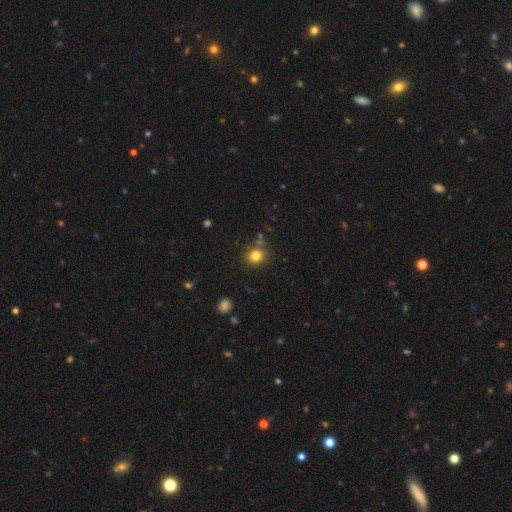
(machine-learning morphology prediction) smooth_or_featured: smooth (p=0.81) [alt: star or artifact p=0.13]
how_rounded: round (p=0.87) [alt: in between p=0.12]
merging: none (p=0.80) [alt: minor disturbance p=0.10]